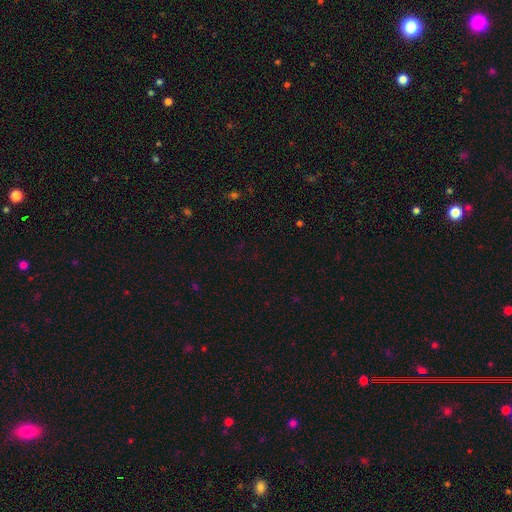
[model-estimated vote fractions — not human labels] Smooth or featured? Predicted: star or artifact (p=0.69).